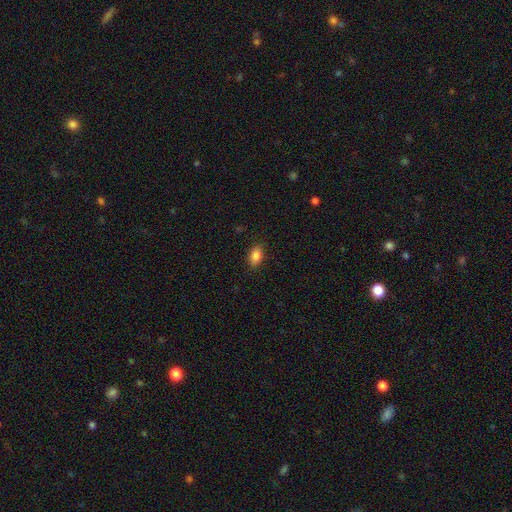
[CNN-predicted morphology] Smooth or featured? Predicted: smooth (p=0.86). How rounded? Predicted: in between (p=0.88). Merging? Predicted: none (p=0.87).